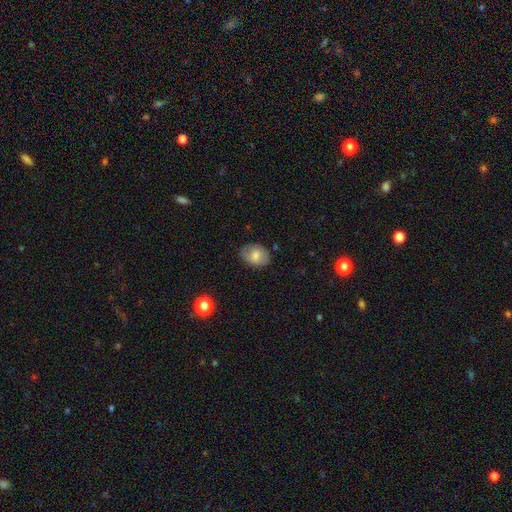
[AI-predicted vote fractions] Smooth or featured? Predicted: smooth (p=0.74). How rounded? Predicted: in between (p=0.70). Merging? Predicted: none (p=0.78).